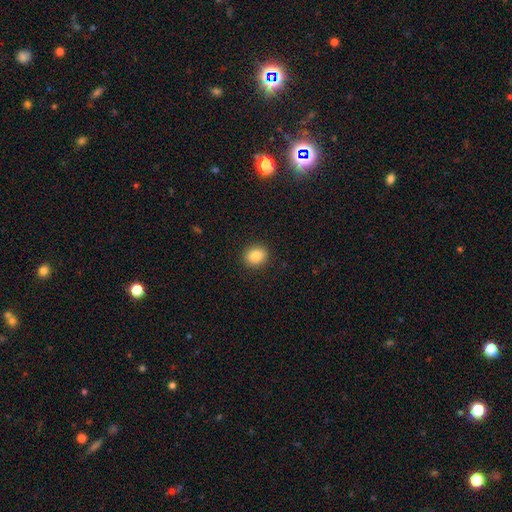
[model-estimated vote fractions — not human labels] A smooth galaxy with no disk features (85%) that is round (71%). Merging: none (91%).